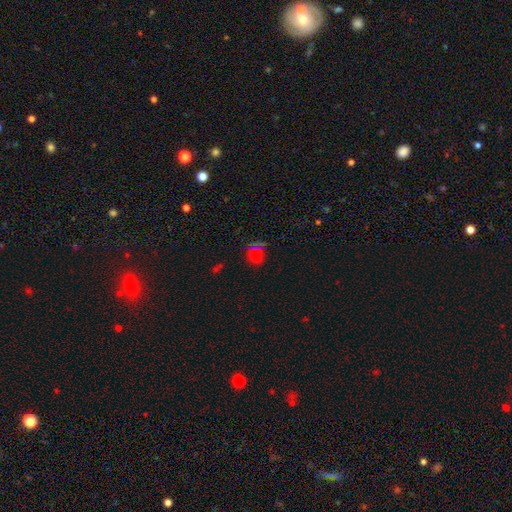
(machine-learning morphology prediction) A smooth galaxy with no disk features (58%) that is round (68%).

Vote fractions:
- Smooth or featured? smooth: 58% / star or artifact: 34% / featured or disk: 9%
- How rounded? round: 68% / in between: 30% / cigar-shaped: 2%
- Merging? none: 63% / minor disturbance: 18% / major disturbance: 10% / merger: 9%